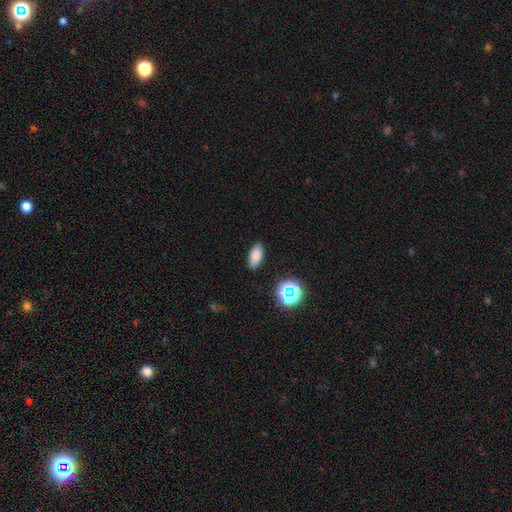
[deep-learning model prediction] Overall: smooth (80%). How rounded: in between (89%). Merging: none (88%).